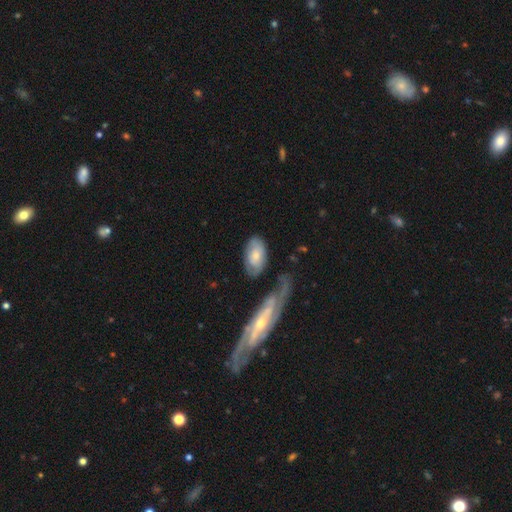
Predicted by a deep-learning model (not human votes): A smooth galaxy with no disk features (58%) that is in between round and cigar-shaped (91%). Merging: none (57%).